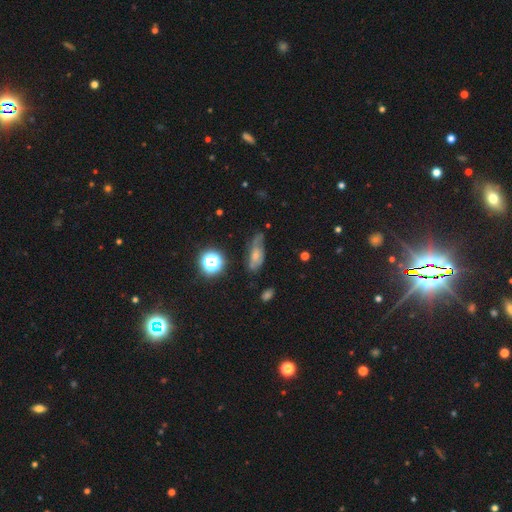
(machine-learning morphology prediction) Smooth or featured? Predicted: smooth (p=0.46). Merging? Predicted: none (p=0.45).